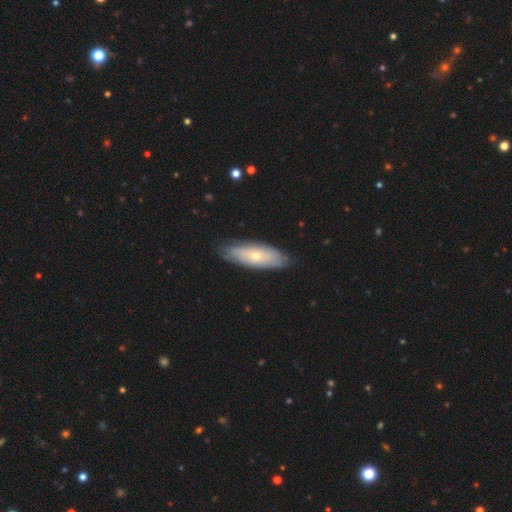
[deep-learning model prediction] Overall: smooth (48%; featured or disk 47%). Merging: none (80%).